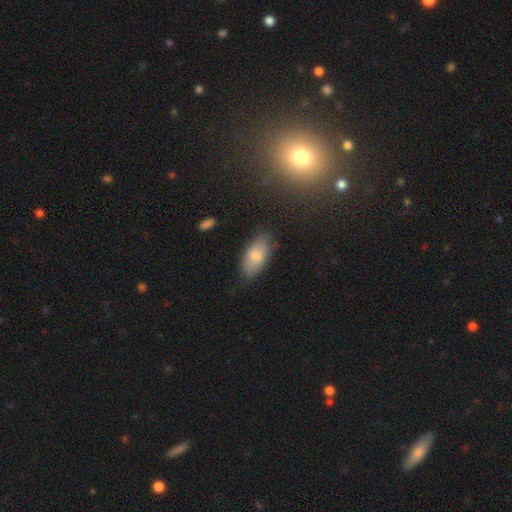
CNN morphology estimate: smooth-or-featured: smooth: 77% | featured or disk: 16% | star or artifact: 7%
  how-rounded: in between: 91% | cigar-shaped: 6% | round: 3%
  merging: none: 76% | minor disturbance: 18% | major disturbance: 4% | merger: 2%